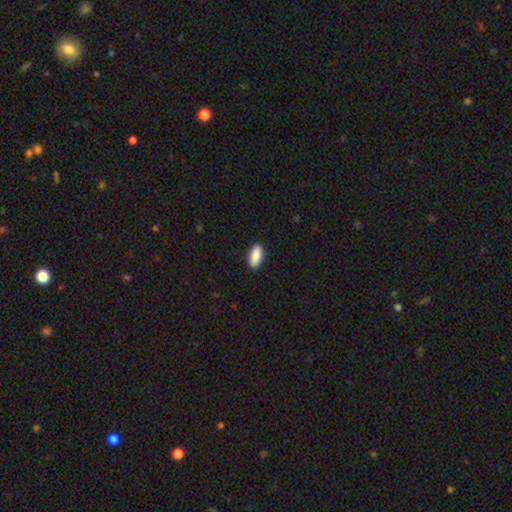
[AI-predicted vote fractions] This is clearly a smooth galaxy (91%). How rounded: clearly in between (90%). Merging: clearly none (90%).